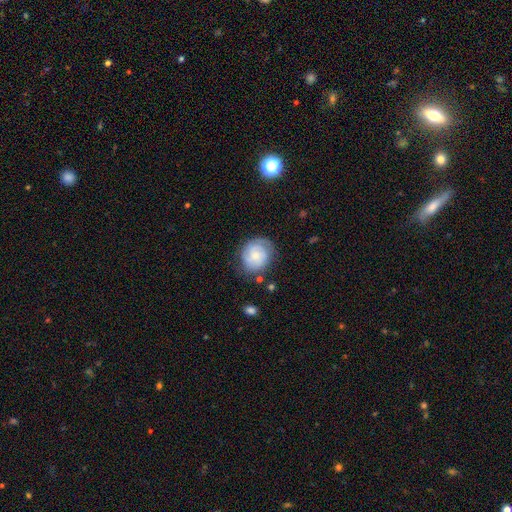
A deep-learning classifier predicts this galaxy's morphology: Smooth or featured: featured or disk — 52% (smooth — 40%)
Edge-on disk: no — 98% (yes — 2%)
Bar: no — 73% (weak — 24%)
Spiral arms: yes — 87% (no — 13%)
Bulge size: small — 60% (moderate — 29%)
Merging: none — 70% (minor disturbance — 20%)